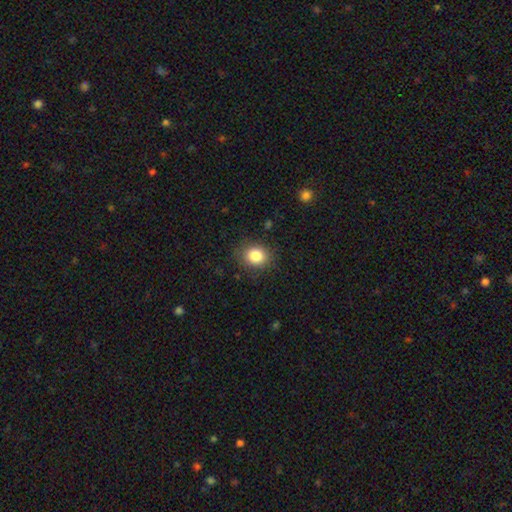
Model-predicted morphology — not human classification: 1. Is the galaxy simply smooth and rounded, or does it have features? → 85% smooth, 10% star or artifact, 6% featured or disk.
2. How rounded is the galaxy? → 63% round, 36% in between, 1% cigar-shaped.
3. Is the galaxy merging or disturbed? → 84% none, 12% minor disturbance, 4% major disturbance, 1% merger.